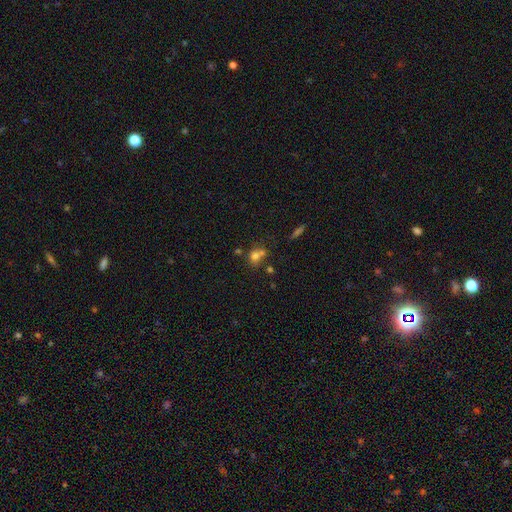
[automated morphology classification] Smooth or featured? smooth (70%)
How rounded? round (73%)
Merging? merger (45%)